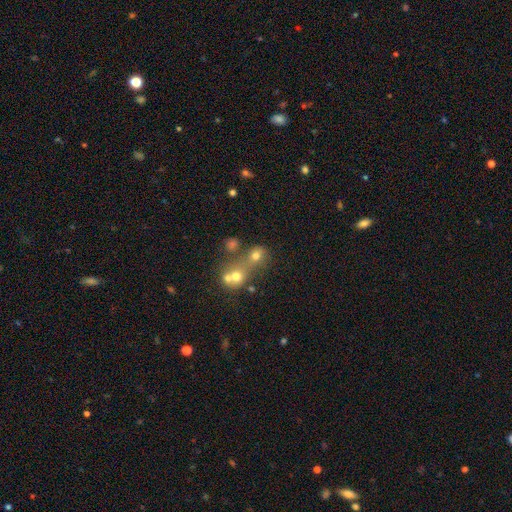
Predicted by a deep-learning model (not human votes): Smooth or featured?
  - smooth: 68% *
  - star or artifact: 17%
  - featured or disk: 15%
How rounded?
  - round: 68% *
  - in between: 31%
  - cigar-shaped: 2%
Merging?
  - merger: 51% *
  - none: 34%
  - minor disturbance: 9%
  - major disturbance: 7%